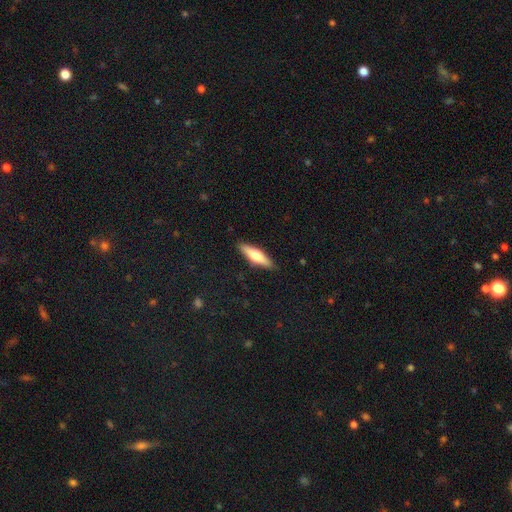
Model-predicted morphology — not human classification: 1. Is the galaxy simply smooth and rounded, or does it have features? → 55% smooth, 39% featured or disk, 6% star or artifact.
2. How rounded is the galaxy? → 69% cigar-shaped, 29% in between, 2% round.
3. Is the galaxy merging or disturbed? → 89% none, 8% minor disturbance, 2% major disturbance, 1% merger.